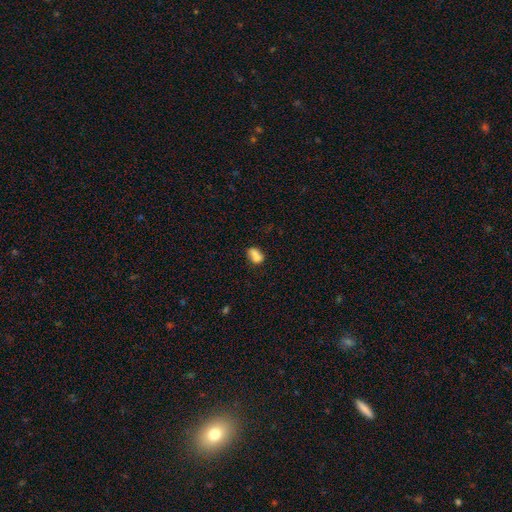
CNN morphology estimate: A smooth galaxy with no disk features (82%) that is in between round and cigar-shaped (84%).

Vote fractions:
- Smooth or featured? smooth: 82% / star or artifact: 9% / featured or disk: 9%
- How rounded? in between: 84% / round: 13% / cigar-shaped: 3%
- Merging? none: 57% / minor disturbance: 23% / merger: 12% / major disturbance: 7%